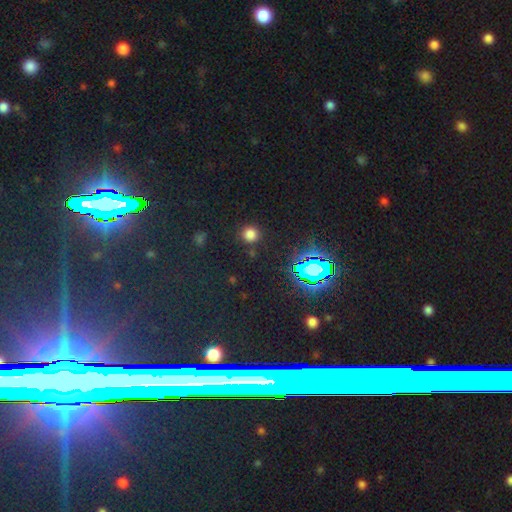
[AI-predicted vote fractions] Overall: star or artifact (75%).